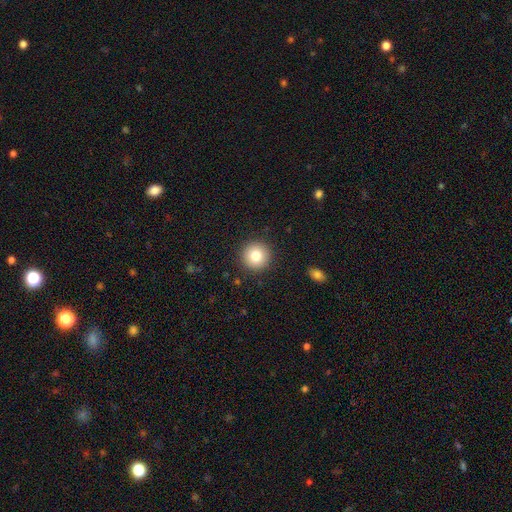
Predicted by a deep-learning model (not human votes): A smooth galaxy with no disk features (79%) that is round (96%).

Vote fractions:
- Smooth or featured? smooth: 79% / featured or disk: 10% / star or artifact: 10%
- How rounded? round: 96% / in between: 3% / cigar-shaped: 1%
- Merging? none: 92% / minor disturbance: 5% / major disturbance: 2% / merger: 1%